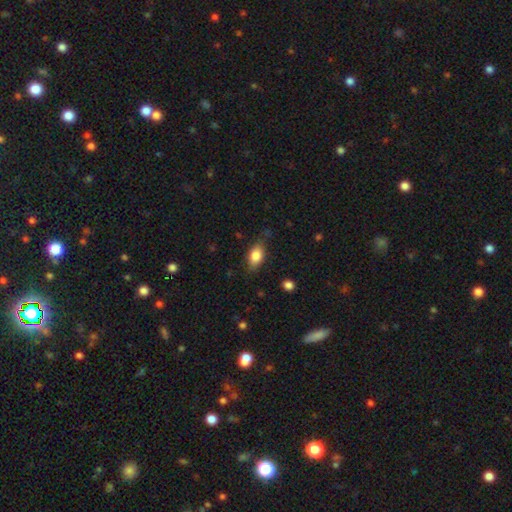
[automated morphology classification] Q: Smooth or featured?
A: smooth (82%); runner-up: featured or disk (11%)
Q: How rounded?
A: in between (86%); runner-up: round (9%)
Q: Merging?
A: none (75%); runner-up: minor disturbance (19%)